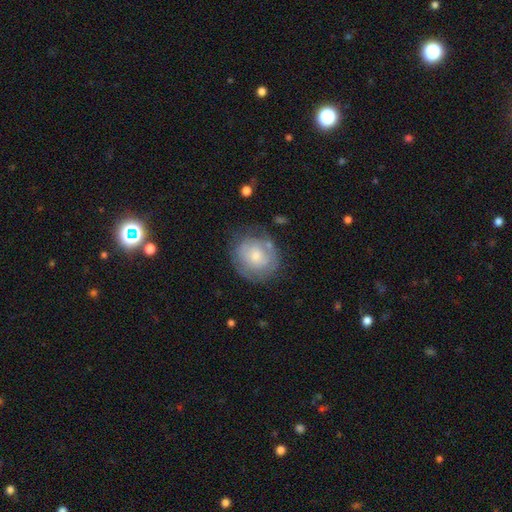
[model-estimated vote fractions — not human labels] Smooth or featured?
  - smooth: 47% *
  - featured or disk: 46%
  - star or artifact: 7%
Merging?
  - none: 65% *
  - minor disturbance: 21%
  - major disturbance: 10%
  - merger: 3%